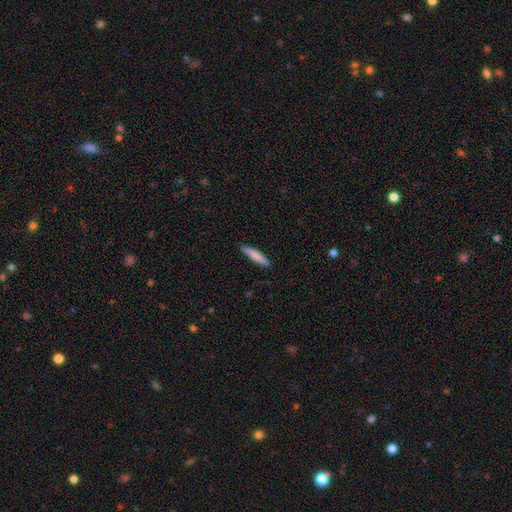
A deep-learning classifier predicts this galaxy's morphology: Smooth or featured?
  - smooth: 79% *
  - featured or disk: 16%
  - star or artifact: 5%
How rounded?
  - cigar-shaped: 89% *
  - in between: 9%
  - round: 1%
Merging?
  - none: 90% *
  - minor disturbance: 8%
  - major disturbance: 2%
  - merger: 1%